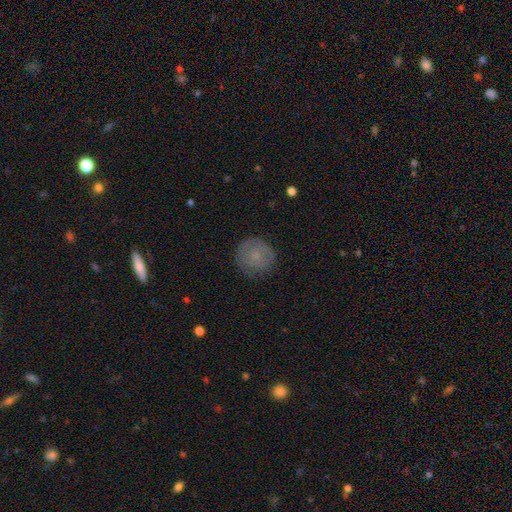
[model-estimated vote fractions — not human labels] This is likely a smooth galaxy (64%). How rounded: clearly round (91%). Merging: likely none (79%).